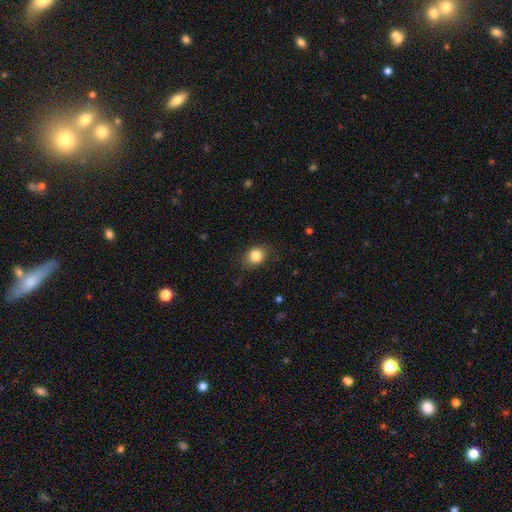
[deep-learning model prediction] smooth 84%, star or artifact 9%, featured or disk 7%. Down the decision tree: how rounded — round (52%); merging — none (77%).